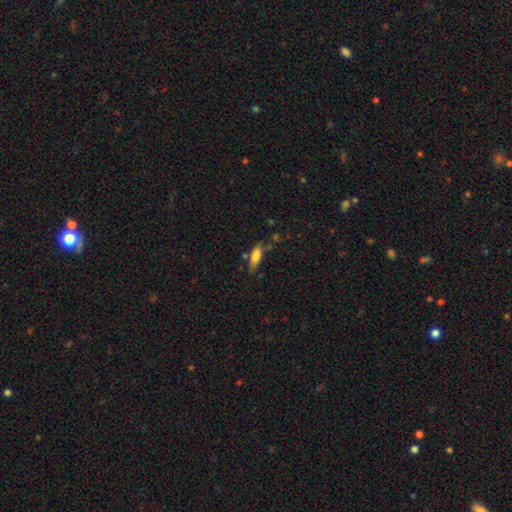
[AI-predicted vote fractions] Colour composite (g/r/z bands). It shows a smooth galaxy with no disk features (77%) that is in between round and cigar-shaped (60%). Merging: none (62%).